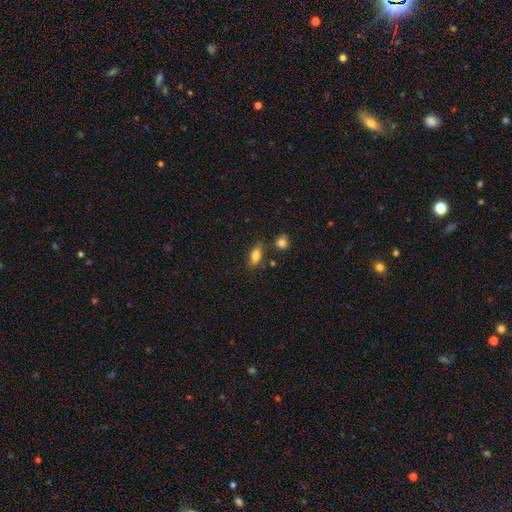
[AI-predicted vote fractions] The model was most divided on "merging": none: 73%, minor disturbance: 16%, merger: 7%, major disturbance: 4%. More confident: smooth or featured — smooth (79%); how rounded — in between (78%).